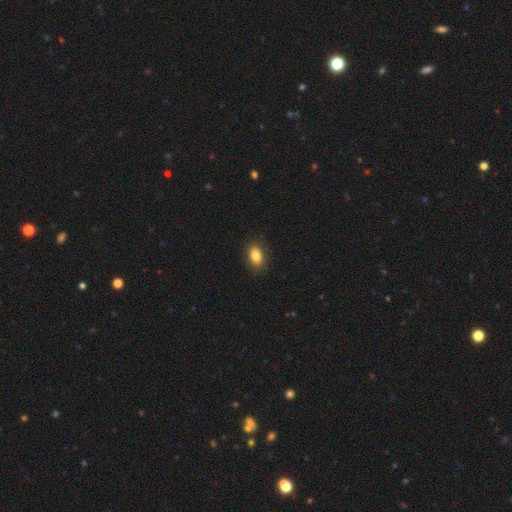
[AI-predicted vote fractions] The model was most divided on "how rounded": in between: 85%, round: 13%, cigar-shaped: 2%. More confident: merging — none (87%); smooth or featured — smooth (83%).